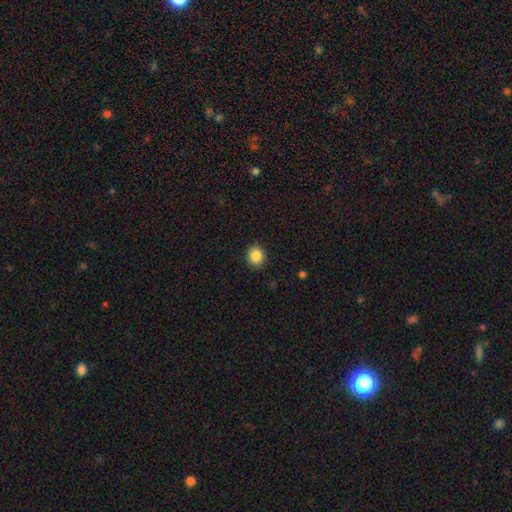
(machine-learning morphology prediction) Smooth or featured?
  - smooth: 87% *
  - star or artifact: 9%
  - featured or disk: 4%
How rounded?
  - round: 76% *
  - in between: 23%
  - cigar-shaped: 1%
Merging?
  - none: 90% *
  - minor disturbance: 7%
  - major disturbance: 2%
  - merger: 1%